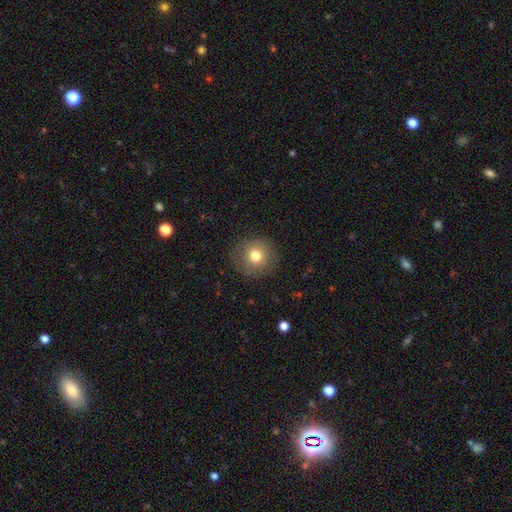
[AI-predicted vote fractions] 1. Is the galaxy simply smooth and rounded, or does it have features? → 76% smooth, 13% featured or disk, 11% star or artifact.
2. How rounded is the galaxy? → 93% round, 6% in between, 1% cigar-shaped.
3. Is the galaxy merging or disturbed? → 87% none, 9% minor disturbance, 4% major disturbance, 1% merger.